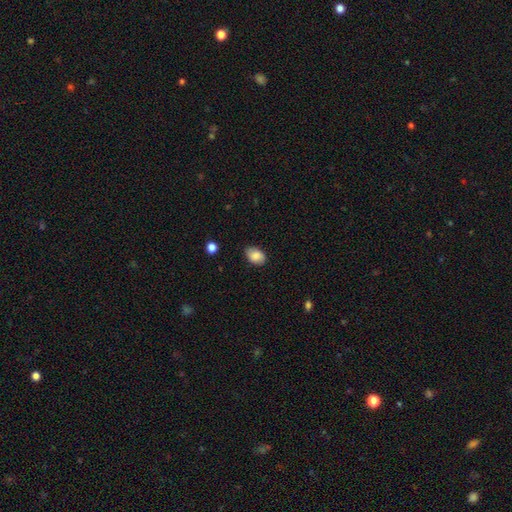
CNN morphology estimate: smooth_or_featured: smooth (p=0.86) [alt: star or artifact p=0.07]
how_rounded: in between (p=0.83) [alt: round p=0.16]
merging: none (p=0.78) [alt: minor disturbance p=0.18]